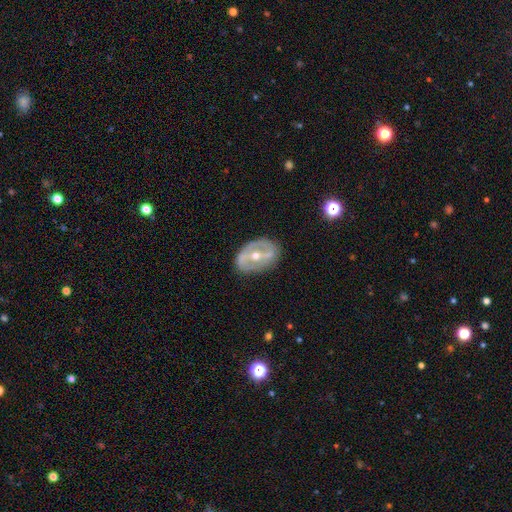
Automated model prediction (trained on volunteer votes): Smooth or featured: featured or disk — 77% (smooth — 17%)
Edge-on disk: no — 93% (yes — 7%)
Bar: strong — 48% (weak — 30%)
Spiral arms: yes — 51% (no — 49%)
Bulge size: moderate — 62% (small — 34%)
Merging: none — 77% (minor disturbance — 16%)